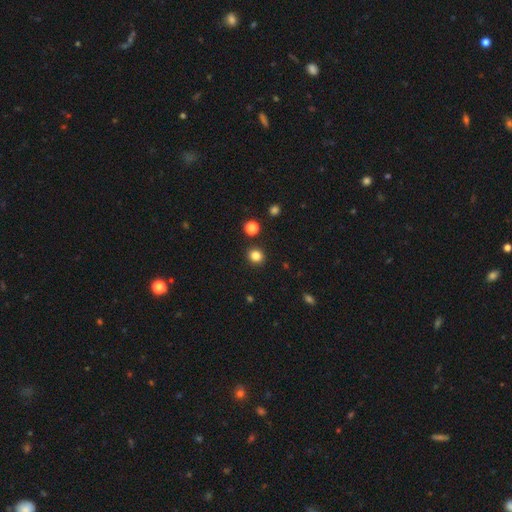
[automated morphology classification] Smooth or featured: smooth — 83% (star or artifact — 13%)
How rounded: round — 82% (in between — 17%)
Merging: none — 90% (minor disturbance — 6%)